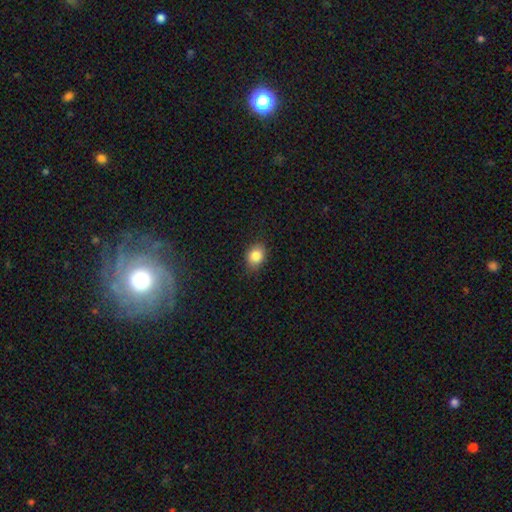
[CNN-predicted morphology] type=smooth (84%); roundness=in between (57%); merging=none (85%).